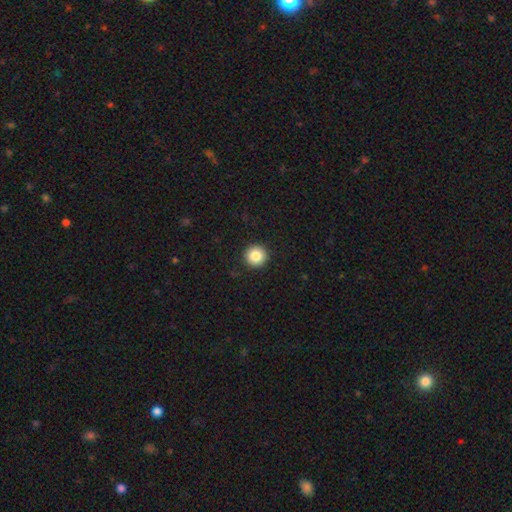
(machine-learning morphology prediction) type=smooth (85%); roundness=round (96%); merging=none (93%).